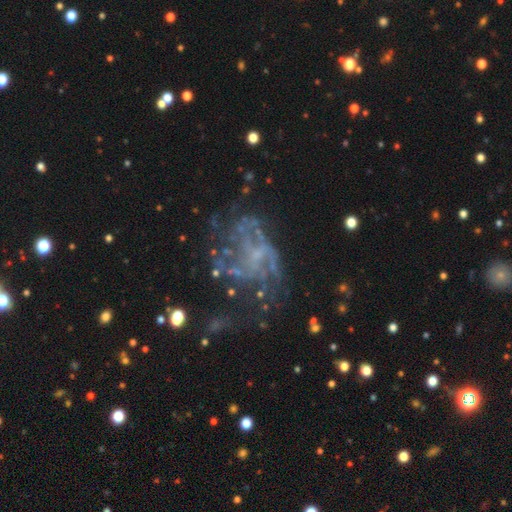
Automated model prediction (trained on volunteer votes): smooth_or_featured: featured or disk (p=0.74) [alt: star or artifact p=0.15]
disk_edge_on: no (p=0.98) [alt: yes p=0.02]
bar: no (p=0.69) [alt: weak p=0.26]
has_spiral_arms: yes (p=0.65) [alt: no p=0.35]
bulge_size: none (p=0.46) [alt: small p=0.40]
merging: none (p=0.44) [alt: major disturbance p=0.33]